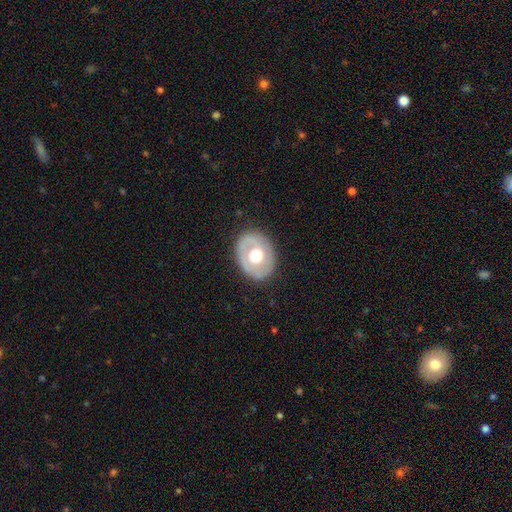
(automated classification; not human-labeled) smooth_or_featured: featured or disk (p=0.49) [alt: smooth p=0.45]
merging: none (p=0.82) [alt: minor disturbance p=0.13]